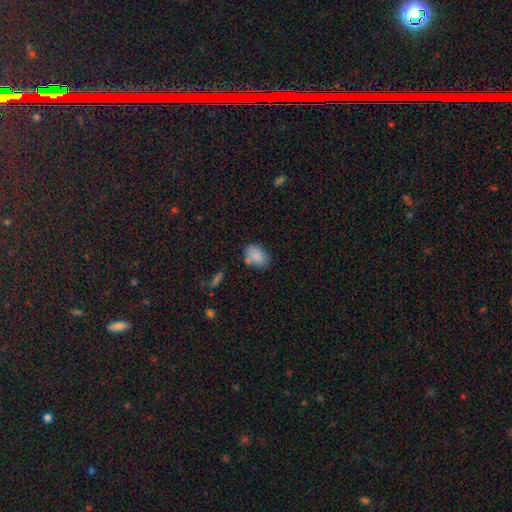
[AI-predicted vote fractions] A smooth galaxy with no disk features (86%) that is in between round and cigar-shaped (82%). Merging: none (68%).